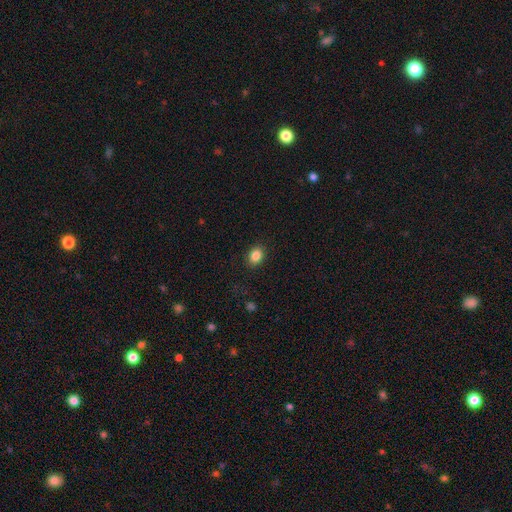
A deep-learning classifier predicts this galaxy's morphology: Overall: smooth (85%). How rounded: in between (57%; round 42%). Merging: none (88%).